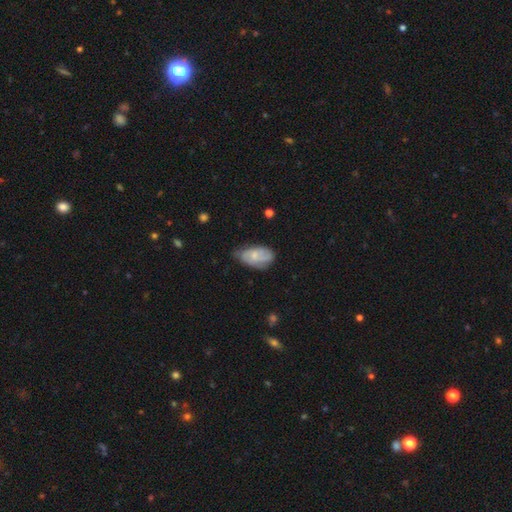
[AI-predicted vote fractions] Smooth or featured: smooth — 54% (featured or disk — 39%)
How rounded: in between — 92% (round — 4%)
Merging: none — 48% (minor disturbance — 40%)